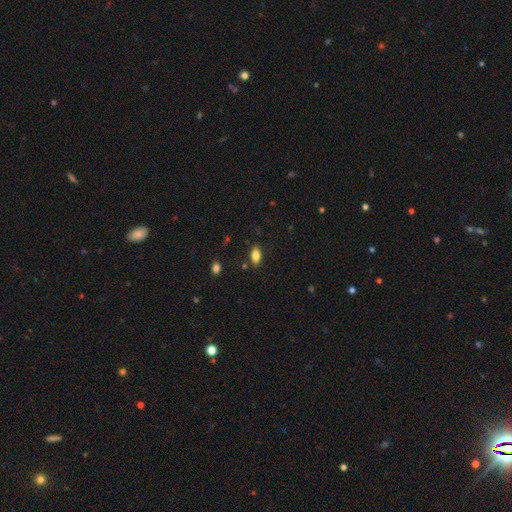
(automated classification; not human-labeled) smooth_or_featured: smooth (p=0.81) [alt: featured or disk p=0.10]
how_rounded: in between (p=0.89) [alt: cigar-shaped p=0.07]
merging: none (p=0.84) [alt: minor disturbance p=0.11]